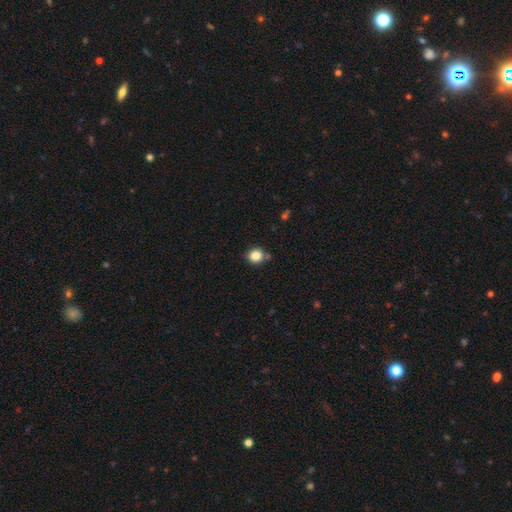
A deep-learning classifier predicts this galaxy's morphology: This appears to be a smooth galaxy with no disk features (84%) that is round (81%). Merging: none (75%).